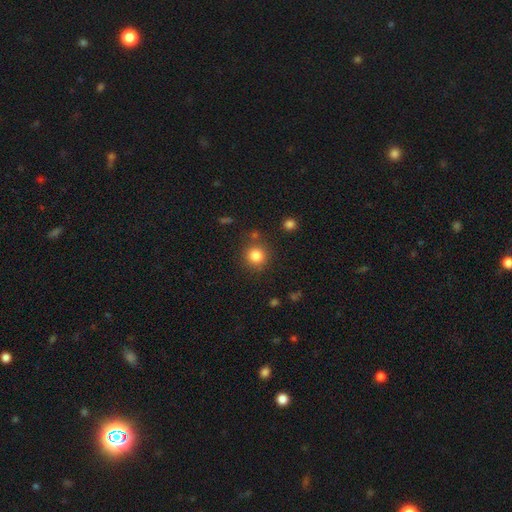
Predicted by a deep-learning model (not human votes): A smooth galaxy with no disk features (83%) that is round (93%). Merging: none (84%).